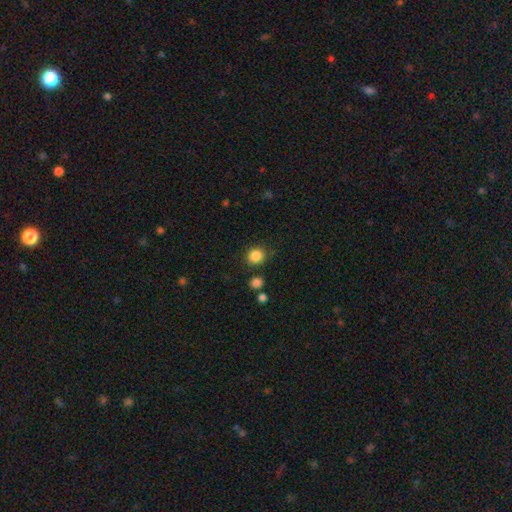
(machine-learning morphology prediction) smooth 86%, star or artifact 10%, featured or disk 4%. Down the decision tree: how rounded — round (84%); merging — none (83%).